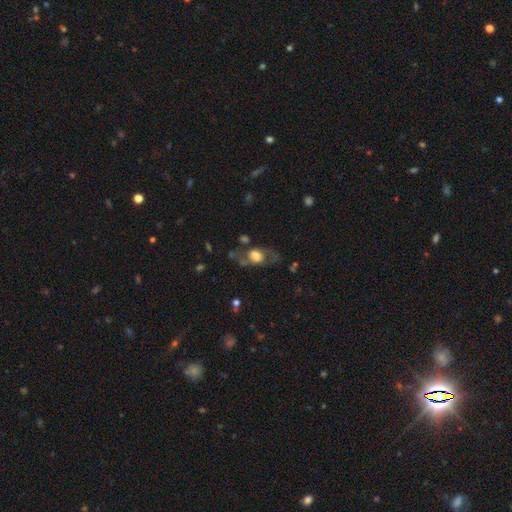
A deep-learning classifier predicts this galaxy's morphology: Smooth or featured? featured or disk (49%)
Merging? none (57%)